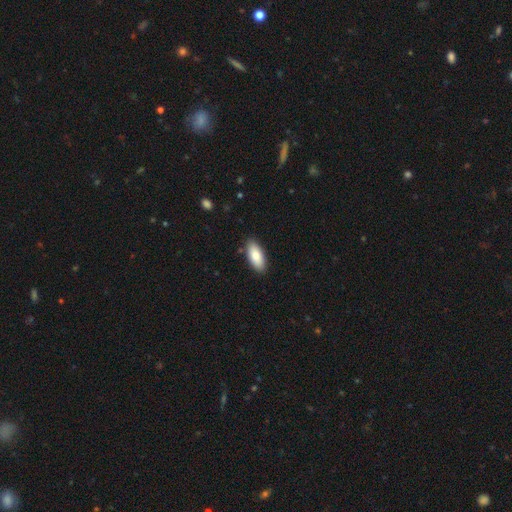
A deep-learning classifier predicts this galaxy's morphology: Smooth or featured? Predicted: smooth (p=0.82). How rounded? Predicted: in between (p=0.87). Merging? Predicted: none (p=0.87).